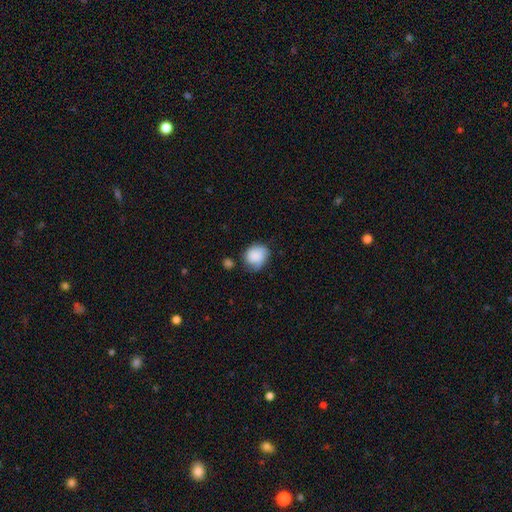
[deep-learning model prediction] Smooth or featured?
  - smooth: 75% *
  - featured or disk: 17%
  - star or artifact: 8%
How rounded?
  - round: 63% *
  - in between: 36%
  - cigar-shaped: 1%
Merging?
  - none: 52% *
  - minor disturbance: 32%
  - major disturbance: 12%
  - merger: 5%